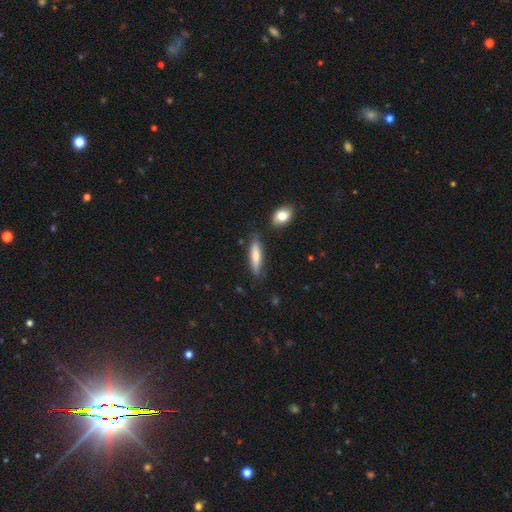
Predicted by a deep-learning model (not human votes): smooth_or_featured: smooth (p=0.73) [alt: featured or disk p=0.20]
how_rounded: cigar-shaped (p=0.74) [alt: in between p=0.24]
merging: none (p=0.76) [alt: minor disturbance p=0.16]